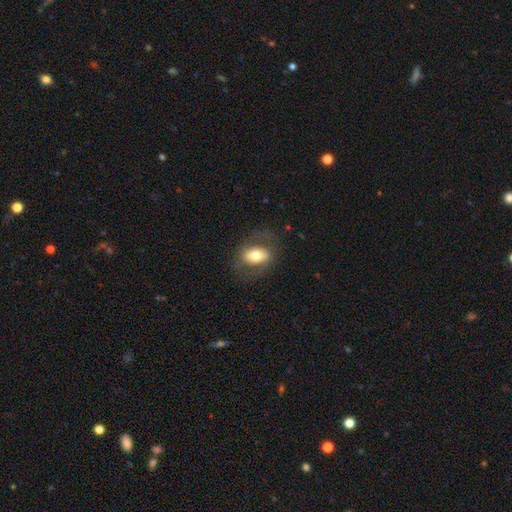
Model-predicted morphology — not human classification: This is possibly a smooth galaxy (58%). How rounded: clearly in between (84%). Merging: likely none (72%).